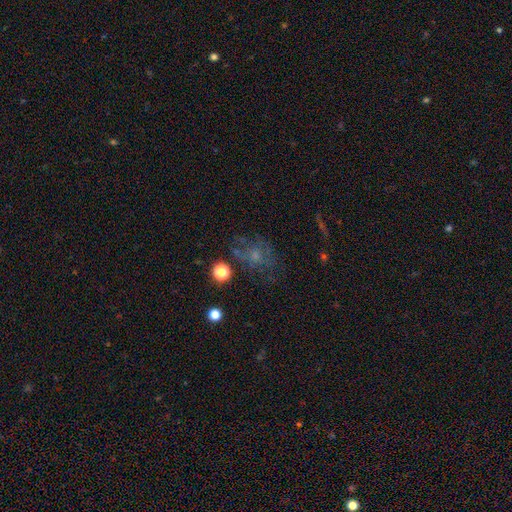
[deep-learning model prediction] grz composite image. It shows a smooth galaxy with no disk features (41%). Merging: none (51%).